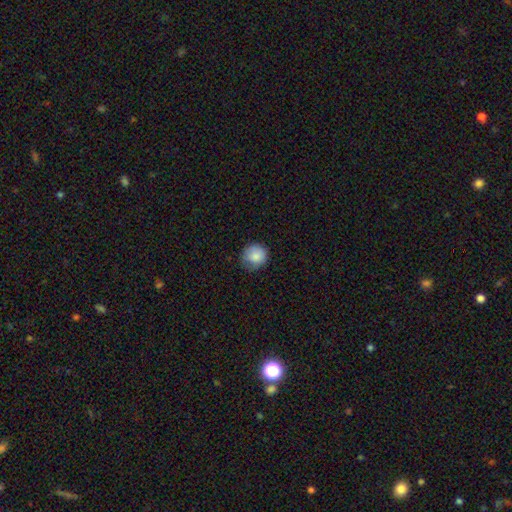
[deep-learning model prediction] A smooth galaxy with no disk features (85%) that is round (89%).

Vote fractions:
- Smooth or featured? smooth: 85% / star or artifact: 8% / featured or disk: 7%
- How rounded? round: 89% / in between: 10% / cigar-shaped: 1%
- Merging? none: 70% / minor disturbance: 24% / major disturbance: 5% / merger: 1%